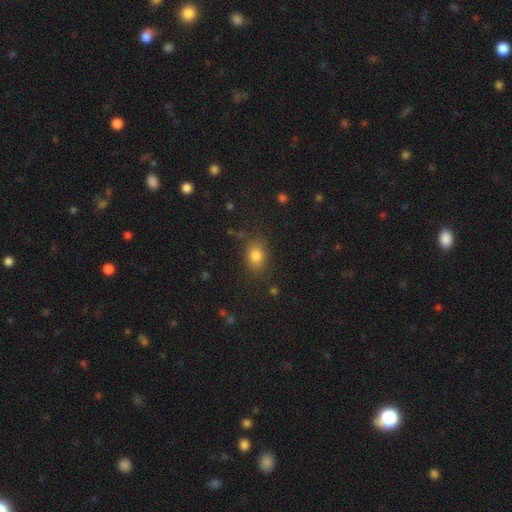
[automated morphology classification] Smooth or featured?
  - smooth: 81% *
  - star or artifact: 12%
  - featured or disk: 8%
How rounded?
  - in between: 71% *
  - round: 28%
  - cigar-shaped: 2%
Merging?
  - none: 82% *
  - minor disturbance: 12%
  - major disturbance: 4%
  - merger: 2%